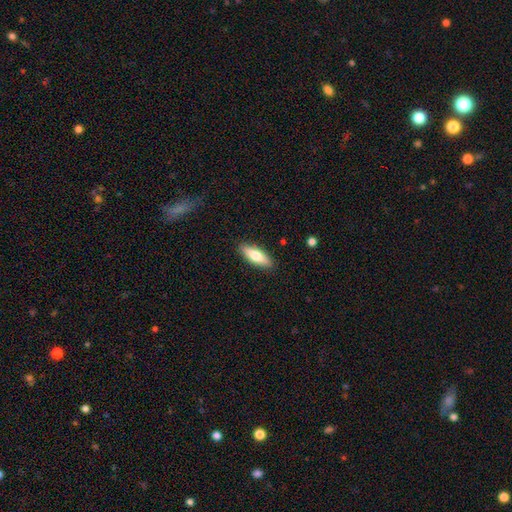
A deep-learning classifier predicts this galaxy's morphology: This appears to be a smooth galaxy with no disk features (68%) that is in between round and cigar-shaped (55%). Merging: none (89%).